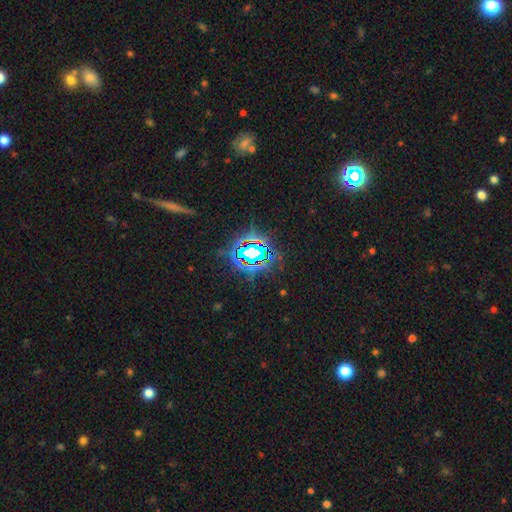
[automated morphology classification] Smooth or featured? Predicted: star or artifact (p=0.76).